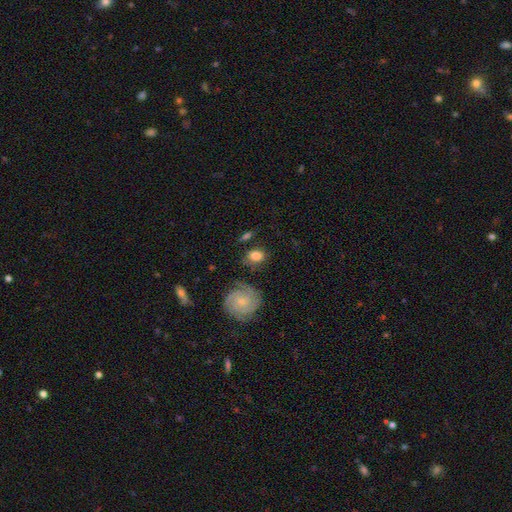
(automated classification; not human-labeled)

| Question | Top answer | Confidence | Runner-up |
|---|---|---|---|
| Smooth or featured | smooth | 68% | featured or disk (24%) |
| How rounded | in between | 56% | round (42%) |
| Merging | none | 73% | minor disturbance (17%) |